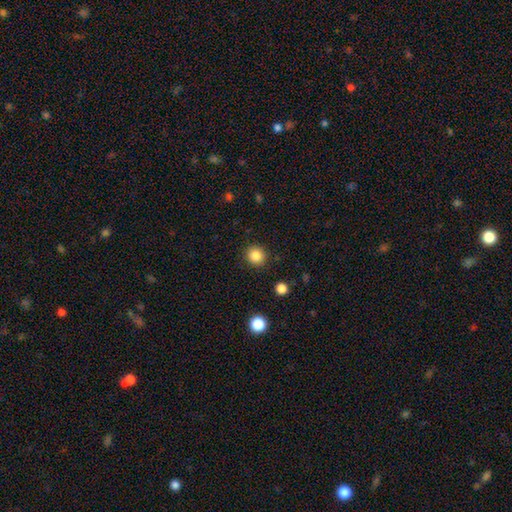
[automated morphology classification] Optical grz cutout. It shows a smooth galaxy with no disk features (85%) that is round (92%). Merging: none (90%).